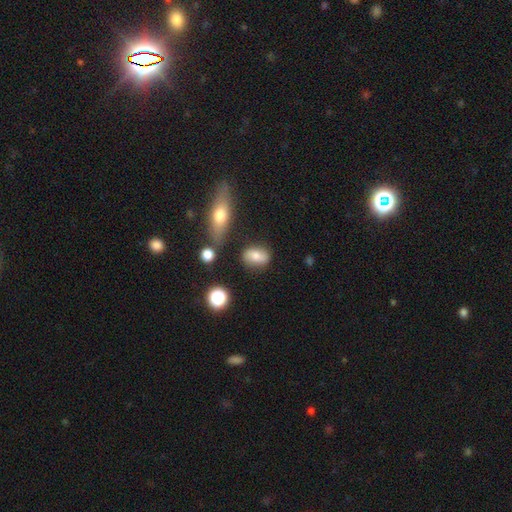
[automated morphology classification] Overall: smooth (68%). How rounded: in between (76%). Merging: none (75%).